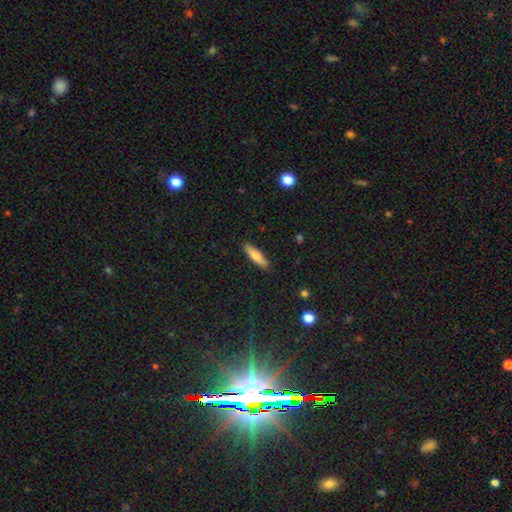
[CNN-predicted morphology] This is likely a smooth galaxy (66%). How rounded: likely cigar-shaped (71%). Merging: clearly none (88%).